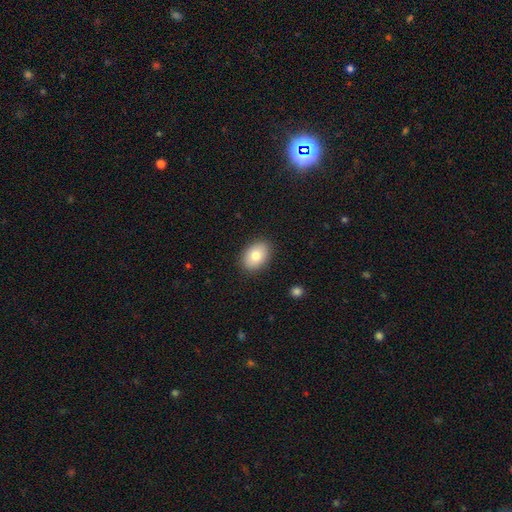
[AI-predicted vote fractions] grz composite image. It shows a smooth galaxy with no disk features (82%) that is in between round and cigar-shaped (77%). Merging: none (89%).